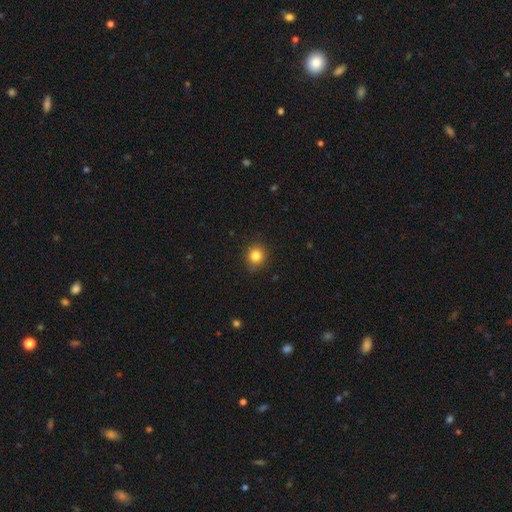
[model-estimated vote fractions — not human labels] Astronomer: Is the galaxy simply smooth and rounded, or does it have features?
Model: smooth — 83%.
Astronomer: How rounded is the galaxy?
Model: round — 85%.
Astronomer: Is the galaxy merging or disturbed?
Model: none — 87%.